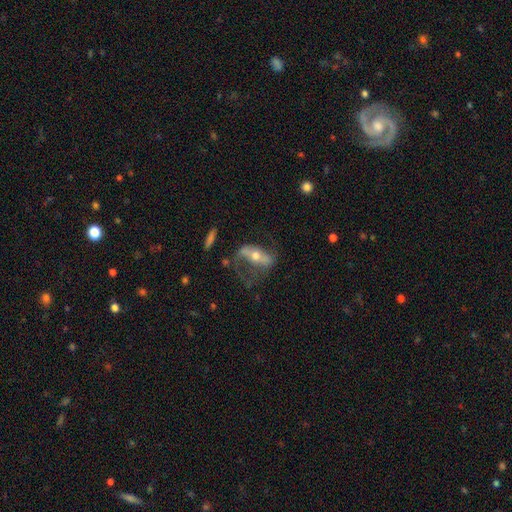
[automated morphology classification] featured or disk 68%, smooth 23%, star or artifact 8%. Down the decision tree: edge-on disk — no (84%); bar — strong (41%); spiral arms — yes (68%); bulge size — moderate (62%); merging — none (43%).